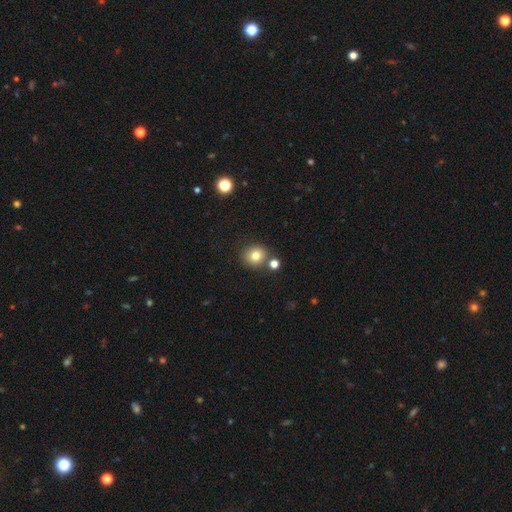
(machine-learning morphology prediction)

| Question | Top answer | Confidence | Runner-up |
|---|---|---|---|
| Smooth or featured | smooth | 80% | star or artifact (12%) |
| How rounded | round | 86% | in between (13%) |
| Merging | none | 78% | merger (11%) |